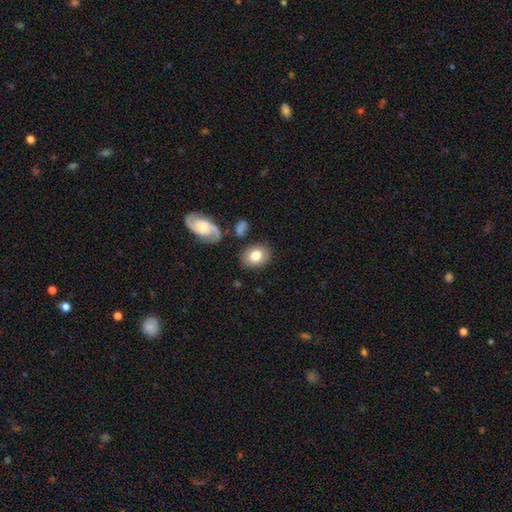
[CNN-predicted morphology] A smooth galaxy with no disk features (74%) that is in between round and cigar-shaped (60%).

Vote fractions:
- Smooth or featured? smooth: 74% / featured or disk: 19% / star or artifact: 7%
- How rounded? in between: 60% / round: 39% / cigar-shaped: 1%
- Merging? none: 77% / minor disturbance: 14% / merger: 5% / major disturbance: 4%